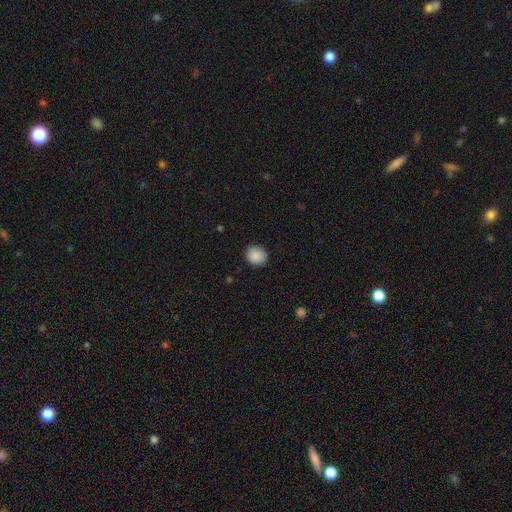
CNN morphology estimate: smooth_or_featured: smooth (p=0.89) [alt: star or artifact p=0.08]
how_rounded: round (p=0.79) [alt: in between p=0.20]
merging: none (p=0.88) [alt: minor disturbance p=0.08]